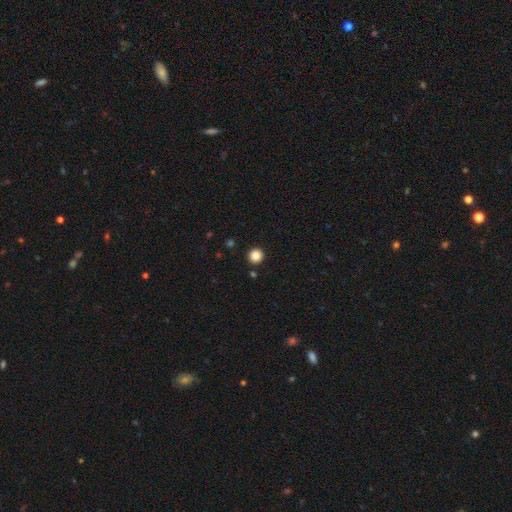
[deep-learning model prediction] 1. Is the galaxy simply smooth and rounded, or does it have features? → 86% smooth, 11% star or artifact, 3% featured or disk.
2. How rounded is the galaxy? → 95% round, 4% in between, 1% cigar-shaped.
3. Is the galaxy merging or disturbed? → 93% none, 4% minor disturbance, 2% merger, 1% major disturbance.